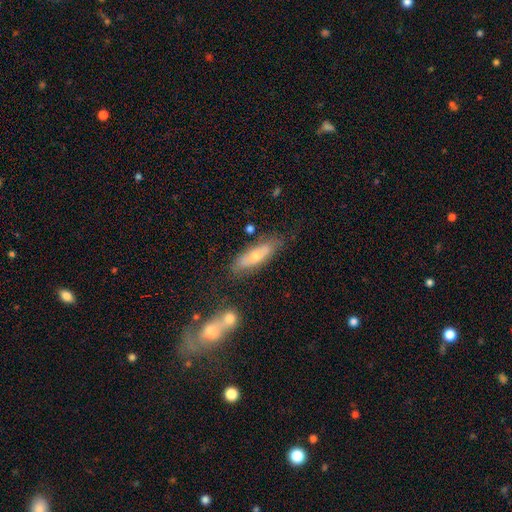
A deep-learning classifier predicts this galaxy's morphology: Smooth or featured?
  - smooth: 50% *
  - featured or disk: 43%
  - star or artifact: 7%
How rounded?
  - cigar-shaped: 55% *
  - in between: 43%
  - round: 3%
Merging?
  - none: 70% *
  - minor disturbance: 17%
  - merger: 8%
  - major disturbance: 4%